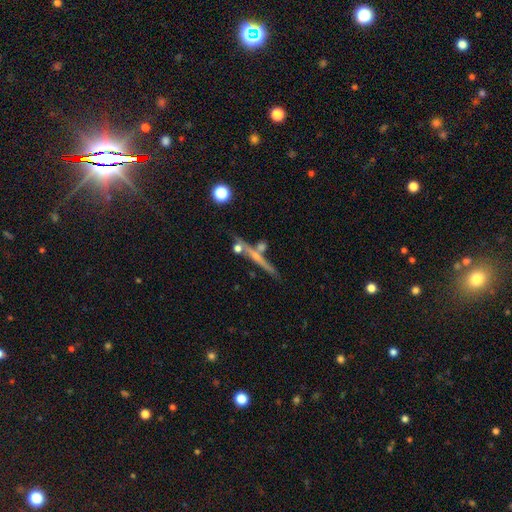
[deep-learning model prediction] Smooth or featured?
  - featured or disk: 63% *
  - smooth: 26%
  - star or artifact: 10%
Edge-on disk?
  - yes: 93% *
  - no: 7%
Edge-on bulge?
  - rounded: 49% *
  - none: 45%
  - boxy: 6%
Merging?
  - none: 69% *
  - merger: 16%
  - minor disturbance: 11%
  - major disturbance: 4%